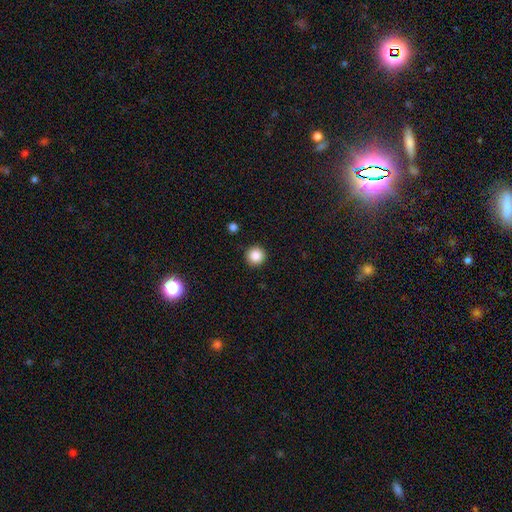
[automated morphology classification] type=smooth (86%); roundness=round (96%); merging=none (92%).